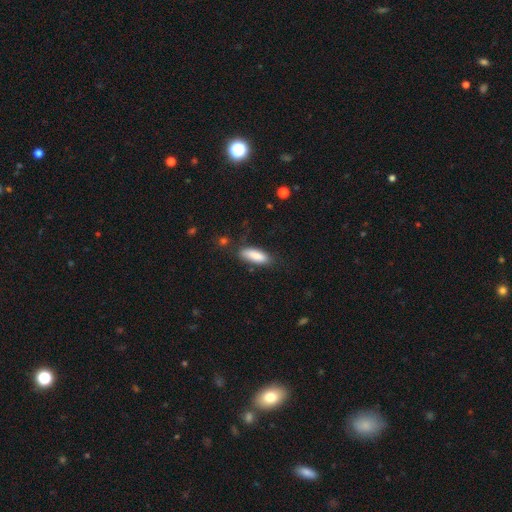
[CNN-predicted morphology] type=smooth (86%); roundness=in between (67%); merging=none (74%).